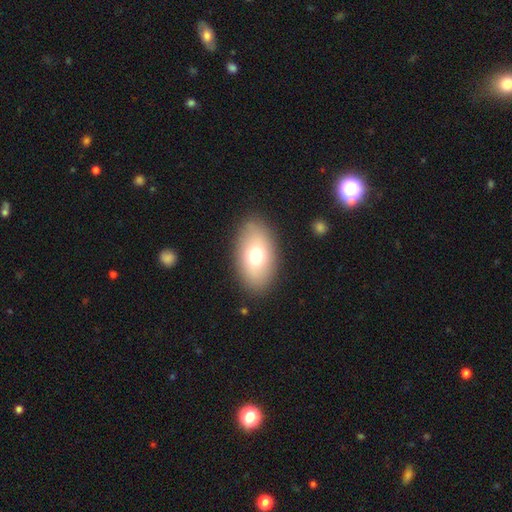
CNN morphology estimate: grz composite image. It shows a smooth galaxy with no disk features (68%) that is in between round and cigar-shaped (87%). Merging: none (86%).